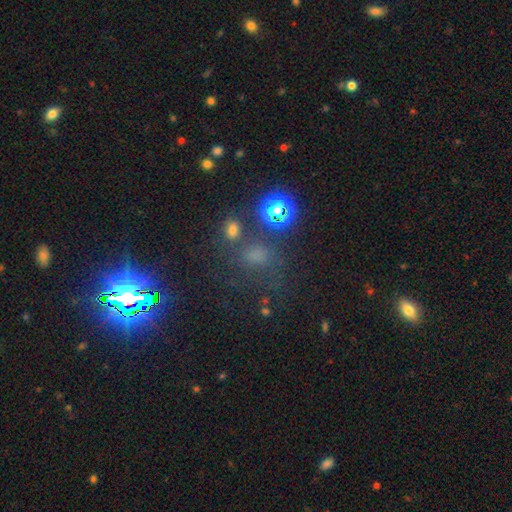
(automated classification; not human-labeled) This appears to be a star or artifact, not a galaxy (51%).